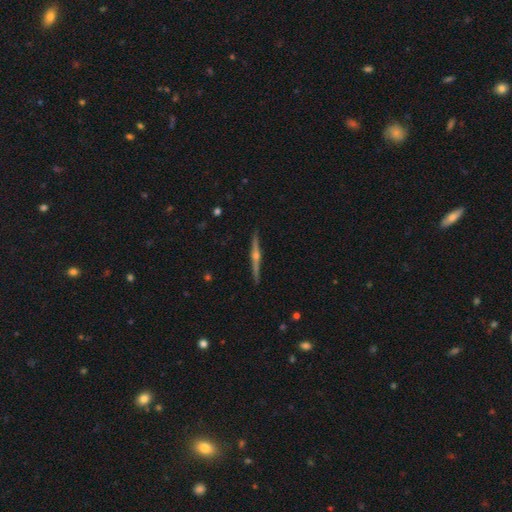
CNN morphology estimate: Smooth or featured? Predicted: featured or disk (p=0.83). Edge-on disk? Predicted: yes (p=0.98). Edge-on bulge? Predicted: rounded (p=0.91). Merging? Predicted: none (p=0.91).